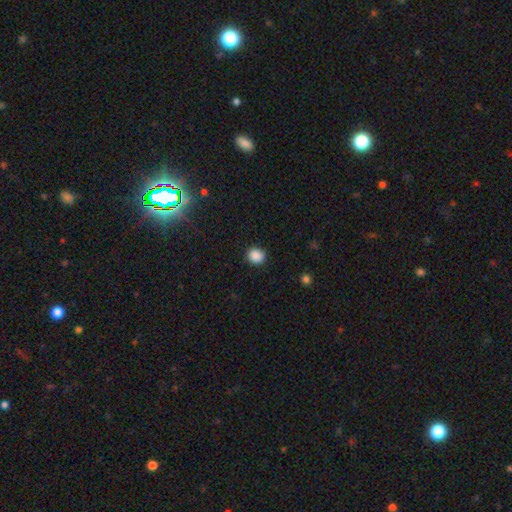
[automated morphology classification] Q: Smooth or featured?
A: smooth (87%); runner-up: star or artifact (10%)
Q: How rounded?
A: round (81%); runner-up: in between (18%)
Q: Merging?
A: none (88%); runner-up: minor disturbance (9%)